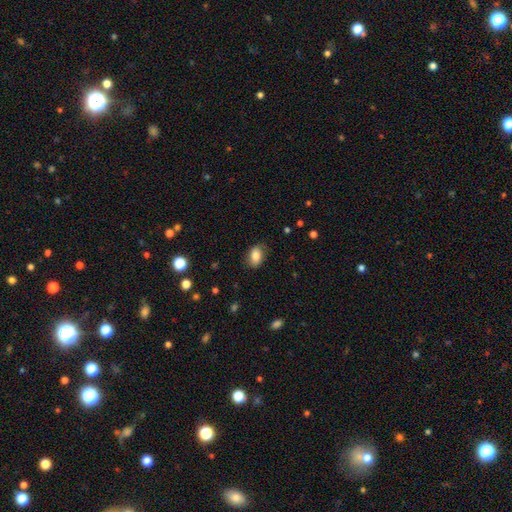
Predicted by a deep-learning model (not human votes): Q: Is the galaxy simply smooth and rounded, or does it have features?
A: smooth — 82%.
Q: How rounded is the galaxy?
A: in between — 85%.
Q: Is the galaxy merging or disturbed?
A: none — 81%.